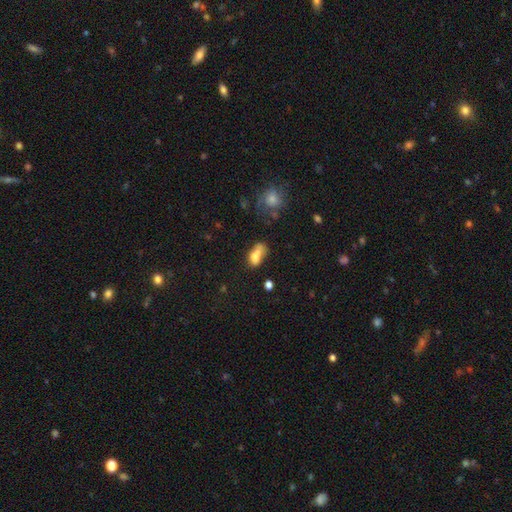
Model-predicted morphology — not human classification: This appears to be a smooth galaxy with no disk features (73%) that is in between round and cigar-shaped (80%). Merging: merger (38%).